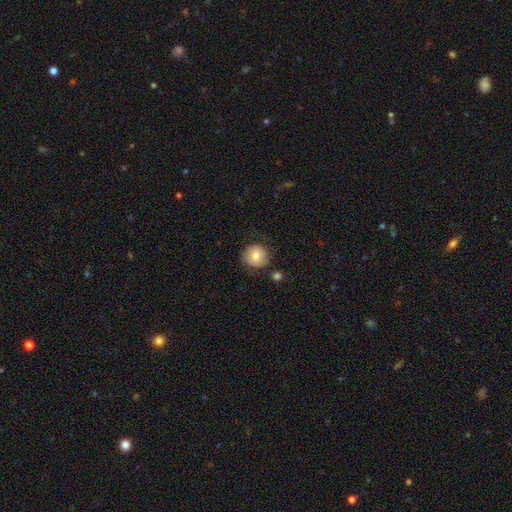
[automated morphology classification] smooth_or_featured: smooth (p=0.69) [alt: featured or disk p=0.24]
how_rounded: round (p=0.88) [alt: in between p=0.11]
merging: none (p=0.71) [alt: minor disturbance p=0.18]